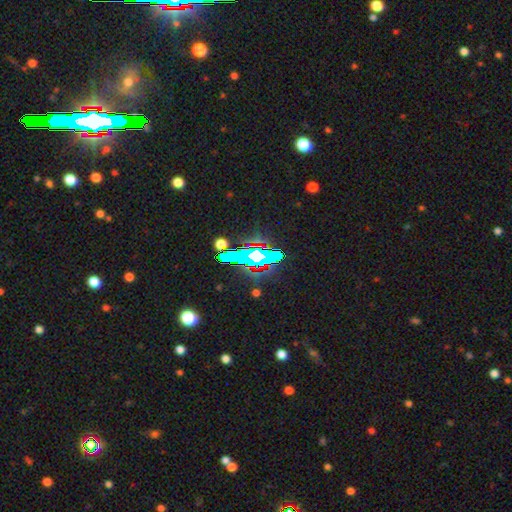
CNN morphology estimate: type=star or artifact (61%).